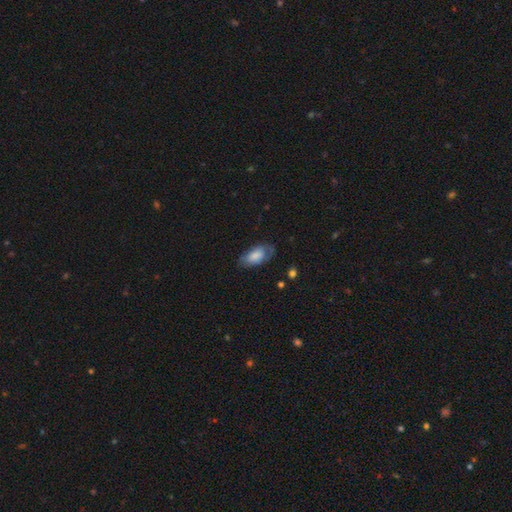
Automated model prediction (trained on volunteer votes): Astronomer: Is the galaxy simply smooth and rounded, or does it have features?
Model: smooth — 75%.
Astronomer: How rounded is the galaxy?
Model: in between — 92%.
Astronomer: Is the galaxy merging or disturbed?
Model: none — 61%.